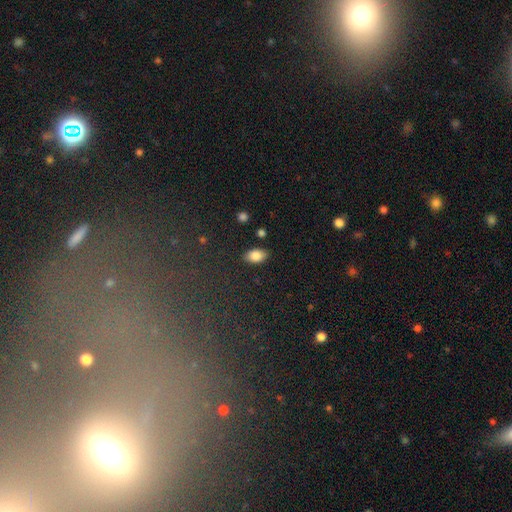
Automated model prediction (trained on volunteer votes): Smooth or featured?
  - smooth: 86% *
  - star or artifact: 8%
  - featured or disk: 7%
How rounded?
  - in between: 92% *
  - round: 6%
  - cigar-shaped: 2%
Merging?
  - none: 85% *
  - minor disturbance: 10%
  - major disturbance: 2%
  - merger: 2%